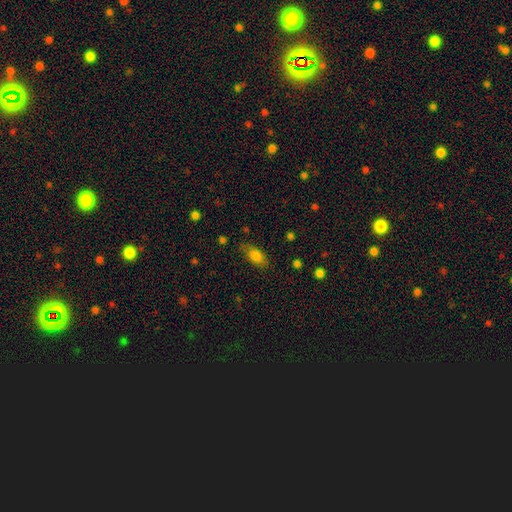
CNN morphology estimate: A smooth galaxy with no disk features (79%) that is in between round and cigar-shaped (85%).

Vote fractions:
- Smooth or featured? smooth: 79% / featured or disk: 12% / star or artifact: 9%
- How rounded? in between: 85% / cigar-shaped: 10% / round: 6%
- Merging? none: 74% / minor disturbance: 19% / major disturbance: 5% / merger: 2%